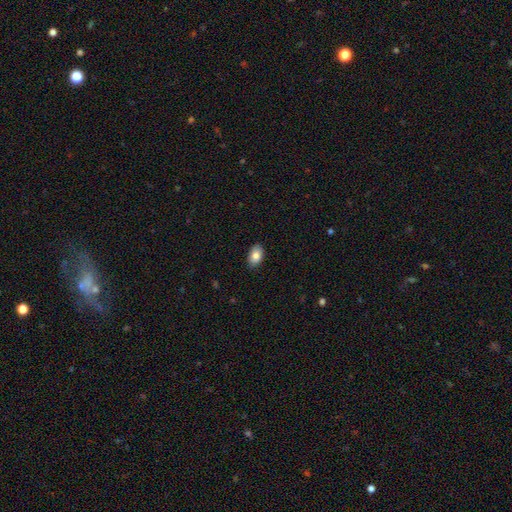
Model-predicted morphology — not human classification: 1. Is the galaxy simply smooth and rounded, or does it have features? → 83% smooth, 9% featured or disk, 7% star or artifact.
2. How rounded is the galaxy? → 91% in between, 8% round, 1% cigar-shaped.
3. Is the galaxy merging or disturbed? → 88% none, 10% minor disturbance, 2% major disturbance, 1% merger.